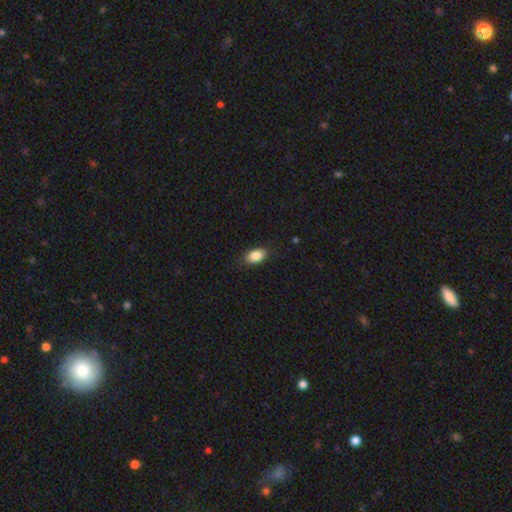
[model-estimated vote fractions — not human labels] Overall: smooth (86%). How rounded: in between (89%). Merging: none (84%).